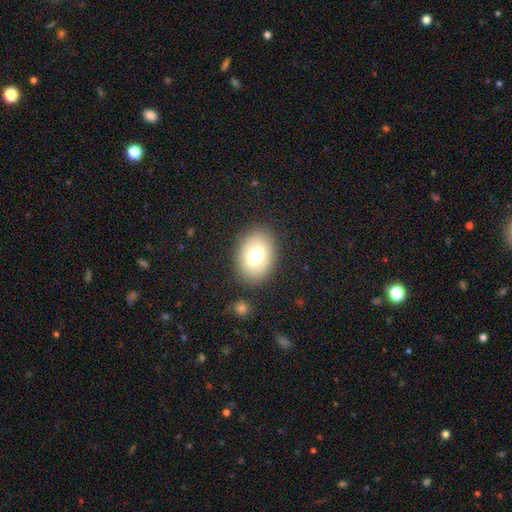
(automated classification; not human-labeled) Smooth or featured? Predicted: smooth (p=0.67). How rounded? Predicted: in between (p=0.78). Merging? Predicted: none (p=0.82).